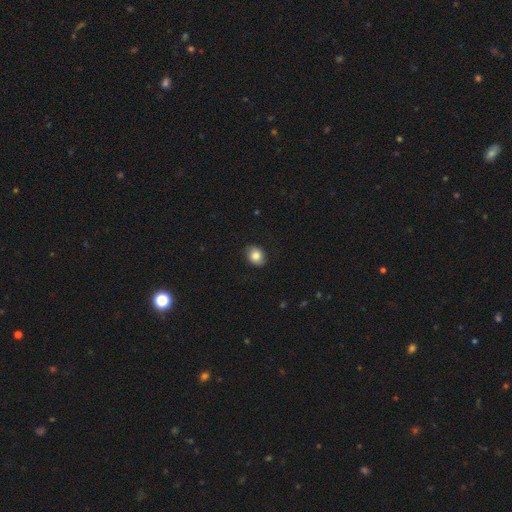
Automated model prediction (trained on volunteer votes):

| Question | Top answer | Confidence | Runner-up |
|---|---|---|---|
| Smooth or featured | smooth | 84% | featured or disk (8%) |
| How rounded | in between | 53% | round (46%) |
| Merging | none | 86% | minor disturbance (11%) |